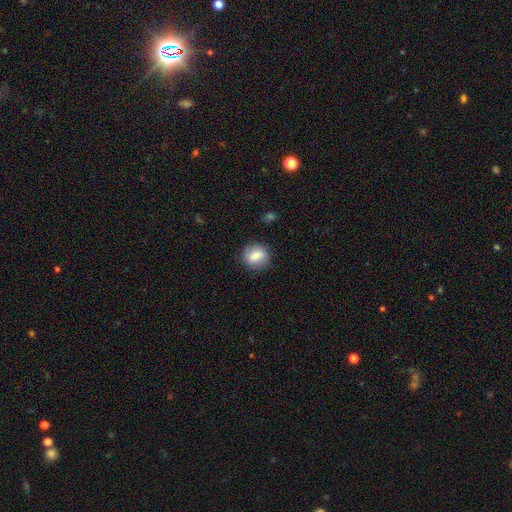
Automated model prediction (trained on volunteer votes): Smooth or featured? smooth (76%)
How rounded? round (76%)
Merging? none (85%)